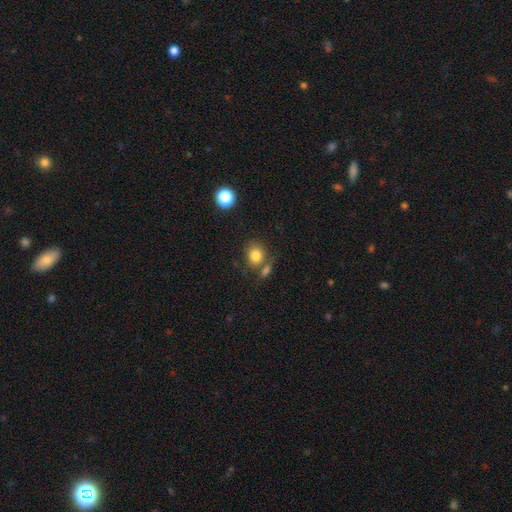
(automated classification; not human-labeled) Overall: smooth (81%). How rounded: round (59%; in between 40%). Merging: none (60%; merger 21%).